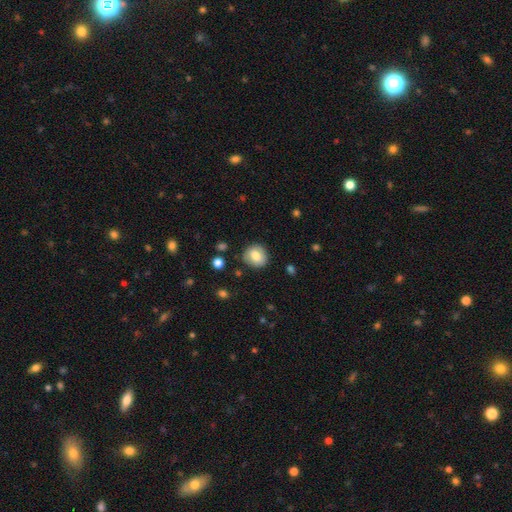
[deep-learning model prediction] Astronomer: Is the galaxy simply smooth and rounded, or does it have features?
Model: smooth — 77%.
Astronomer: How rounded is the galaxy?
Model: round — 82%.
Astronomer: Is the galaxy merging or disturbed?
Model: none — 86%.